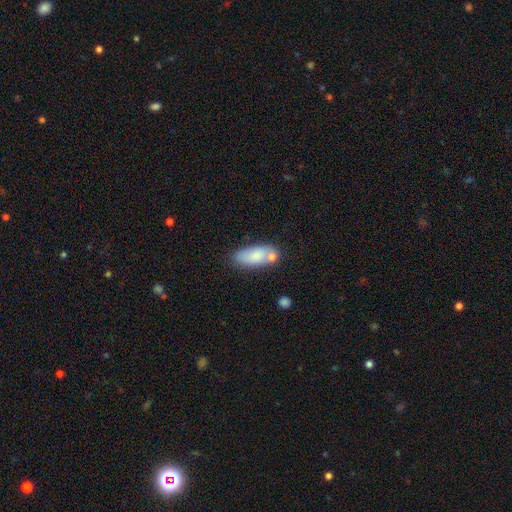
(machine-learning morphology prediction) Smooth or featured? Predicted: smooth (p=0.78). How rounded? Predicted: in between (p=0.85). Merging? Predicted: none (p=0.58).